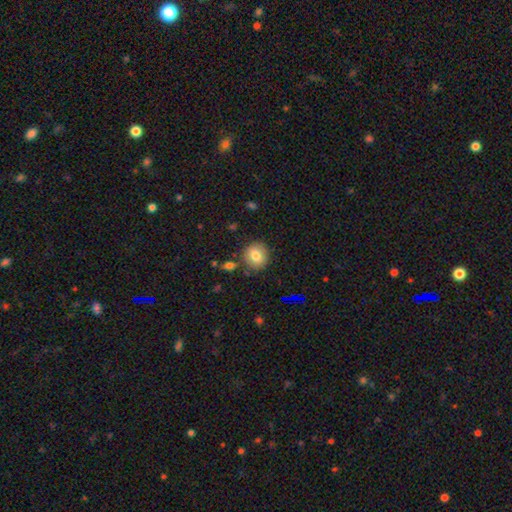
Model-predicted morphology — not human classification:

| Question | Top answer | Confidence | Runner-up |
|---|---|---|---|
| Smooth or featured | smooth | 79% | featured or disk (11%) |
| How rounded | round | 86% | in between (13%) |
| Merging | none | 83% | minor disturbance (10%) |